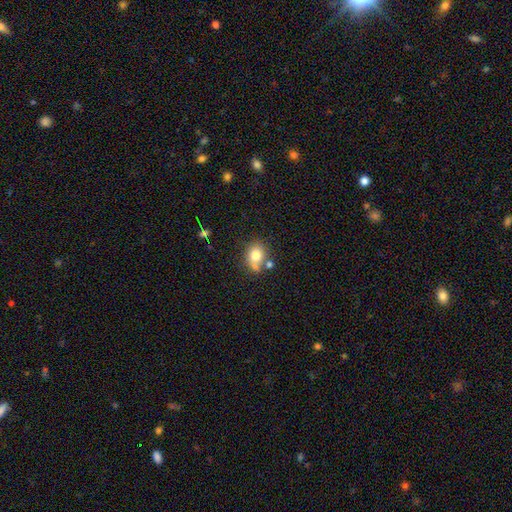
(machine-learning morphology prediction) smooth 76%, featured or disk 13%, star or artifact 10%. Down the decision tree: how rounded — round (56%); merging — none (52%).